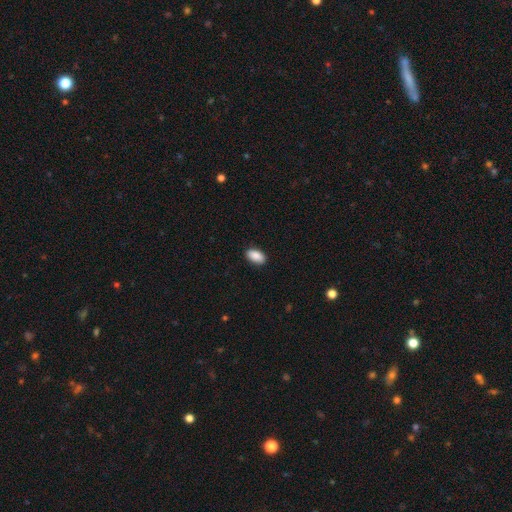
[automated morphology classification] A smooth galaxy with no disk features (90%) that is in between round and cigar-shaped (94%).

Vote fractions:
- Smooth or featured? smooth: 90% / star or artifact: 7% / featured or disk: 4%
- How rounded? in between: 94% / round: 4% / cigar-shaped: 3%
- Merging? none: 89% / minor disturbance: 8% / major disturbance: 2% / merger: 1%